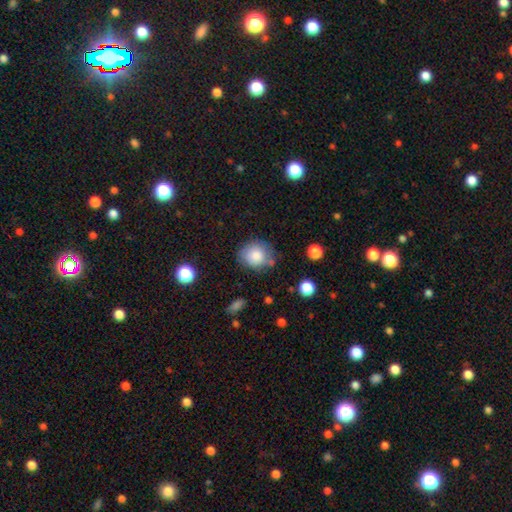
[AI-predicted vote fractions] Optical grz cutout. It shows a smooth galaxy with no disk features (82%) that is round (75%). Merging: none (67%).